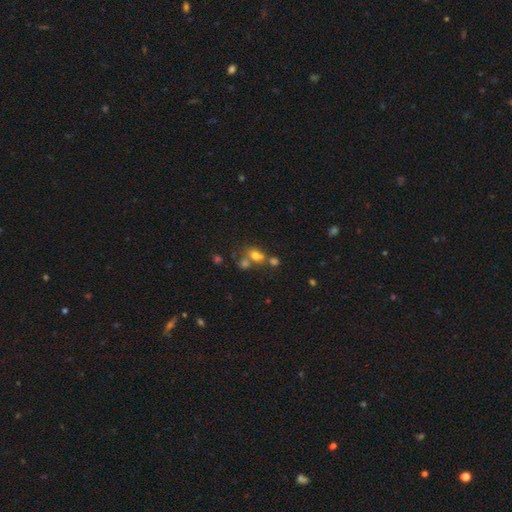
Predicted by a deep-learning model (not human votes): Smooth or featured: smooth — 67% (featured or disk — 17%)
How rounded: in between — 52% (round — 46%)
Merging: merger — 43% (none — 38%)